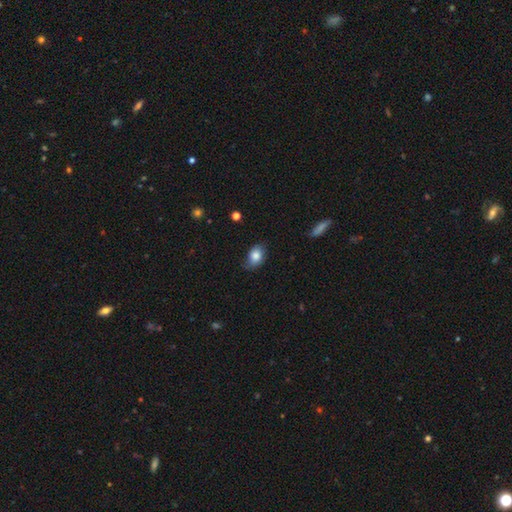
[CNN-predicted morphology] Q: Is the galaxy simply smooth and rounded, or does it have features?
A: smooth — 82%.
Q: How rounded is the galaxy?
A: in between — 79%.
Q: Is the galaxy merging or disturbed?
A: none — 70%.